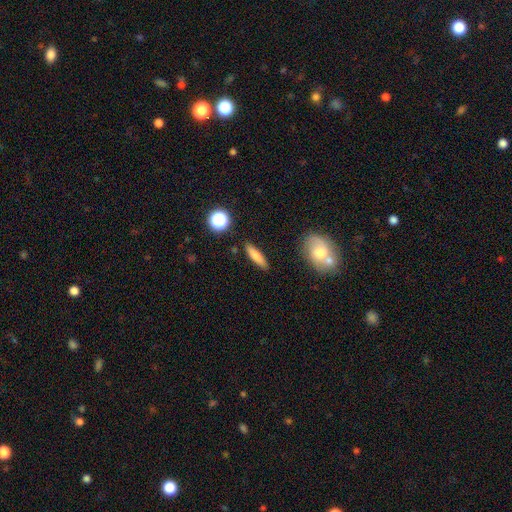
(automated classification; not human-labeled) This is likely a smooth galaxy (76%). How rounded: likely cigar-shaped (75%). Merging: clearly none (86%).